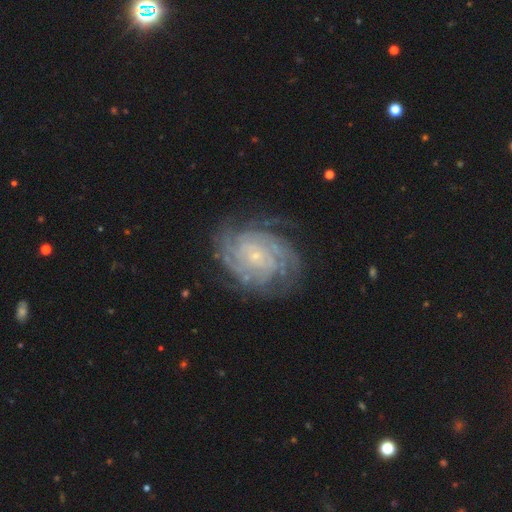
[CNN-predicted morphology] type=featured or disk (87%); edge-on=no (97%); bar=no (74%); spiral arms=yes (97%); winding=tight (78%); arm count=can't tell (27%); bulge=small (85%); merging=none (76%).